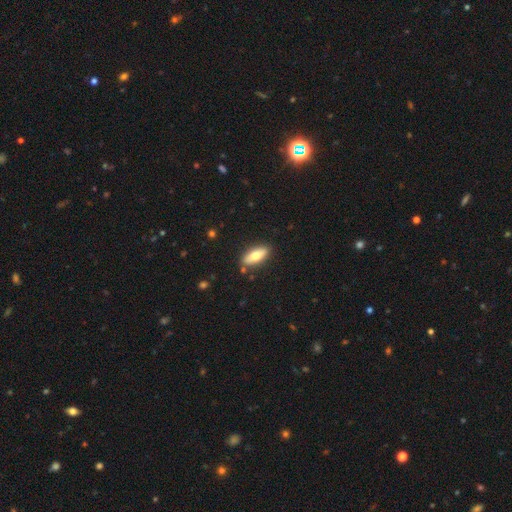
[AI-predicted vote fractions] This appears to be a smooth galaxy with no disk features (69%) that is in between round and cigar-shaped (77%). Merging: none (86%).